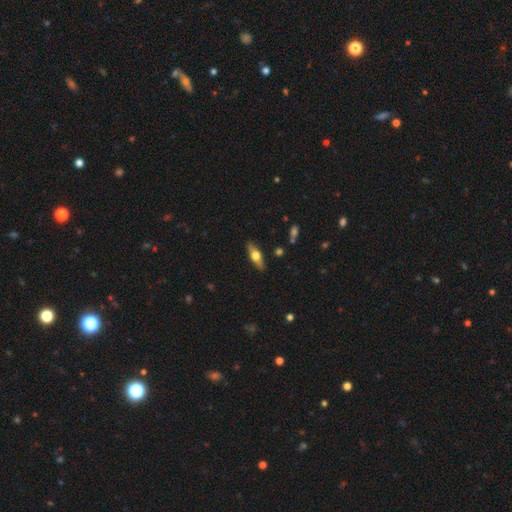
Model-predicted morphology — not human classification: Smooth or featured?
  - smooth: 49% *
  - featured or disk: 44%
  - star or artifact: 6%
Merging?
  - none: 87% *
  - minor disturbance: 10%
  - major disturbance: 2%
  - merger: 1%